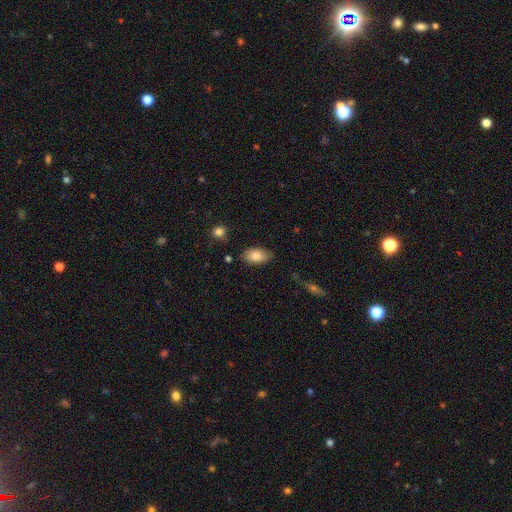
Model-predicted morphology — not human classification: This is clearly a smooth galaxy (83%). How rounded: clearly in between (93%). Merging: likely none (80%).